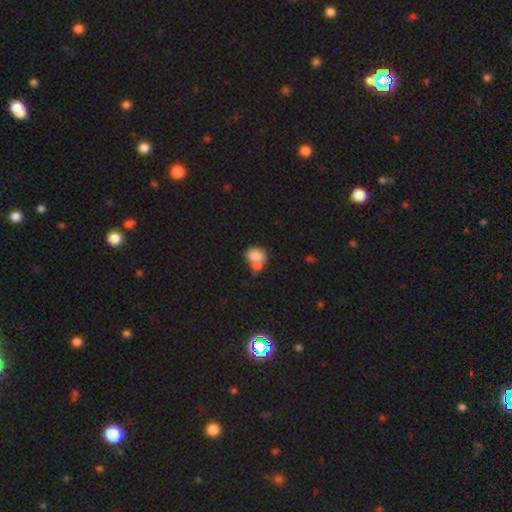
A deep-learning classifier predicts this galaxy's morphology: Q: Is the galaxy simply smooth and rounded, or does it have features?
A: smooth — 79%.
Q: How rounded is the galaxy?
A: in between — 65%.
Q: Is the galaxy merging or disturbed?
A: merger — 55%.